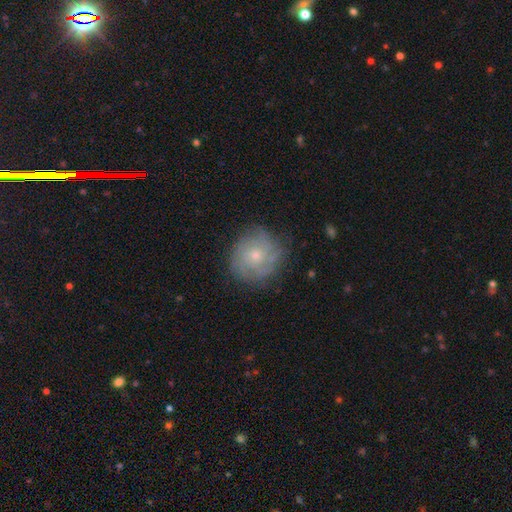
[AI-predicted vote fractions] Smooth or featured? Predicted: featured or disk (p=0.55). Edge-on disk? Predicted: no (p=0.97). Bar? Predicted: no (p=0.85). Spiral arms? Predicted: yes (p=0.75). Bulge size? Predicted: small (p=0.63). Merging? Predicted: none (p=0.76).